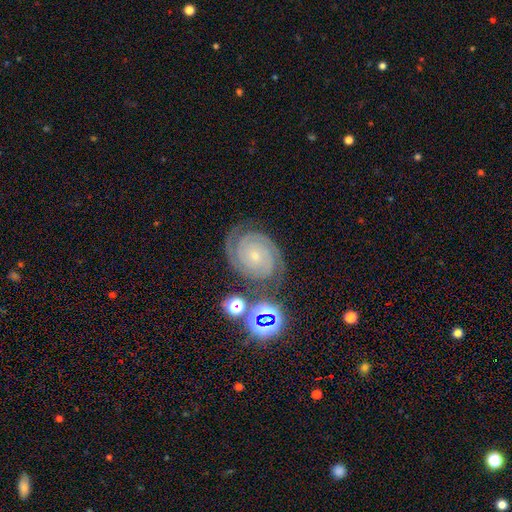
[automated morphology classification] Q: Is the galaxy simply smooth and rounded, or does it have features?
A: featured or disk — 86%.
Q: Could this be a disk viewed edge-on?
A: no — 98%.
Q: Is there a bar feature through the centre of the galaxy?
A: no — 76%.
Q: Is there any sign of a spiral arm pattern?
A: yes — 98%.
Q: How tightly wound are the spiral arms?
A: tight — 82%.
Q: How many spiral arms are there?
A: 2 — 62%.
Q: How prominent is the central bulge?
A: small — 80%.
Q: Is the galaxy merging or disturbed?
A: none — 78%.